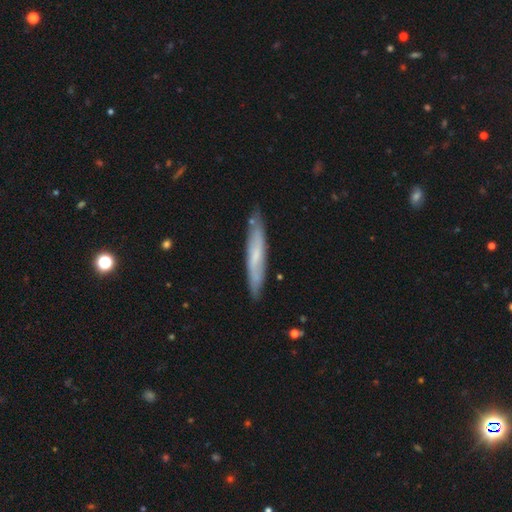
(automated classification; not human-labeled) smooth-or-featured: featured or disk: 51% | smooth: 43% | star or artifact: 6%
  disk-edge-on: yes: 64% | no: 36%
  merging: none: 81% | minor disturbance: 14% | major disturbance: 2% | merger: 2%